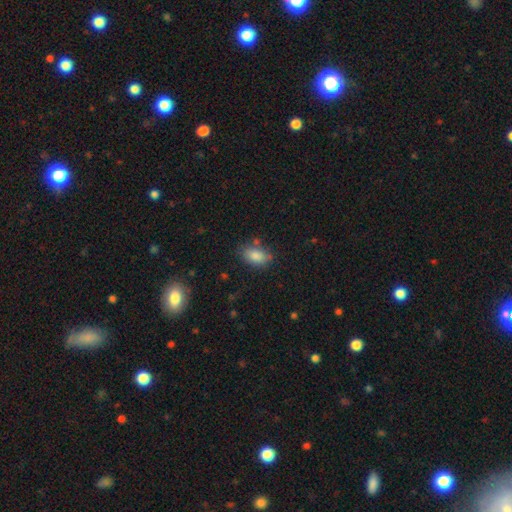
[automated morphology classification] Smooth or featured: smooth — 84% (star or artifact — 8%)
How rounded: in between — 90% (round — 7%)
Merging: none — 74% (minor disturbance — 18%)